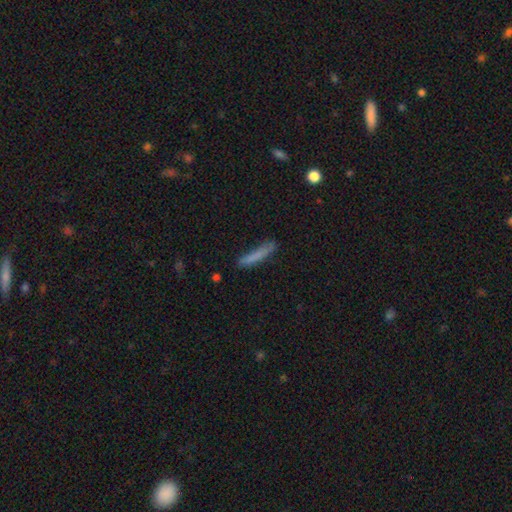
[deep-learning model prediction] A smooth galaxy with no disk features (77%) that is cigar-shaped (92%).

Vote fractions:
- Smooth or featured? smooth: 77% / featured or disk: 16% / star or artifact: 7%
- How rounded? cigar-shaped: 92% / in between: 6% / round: 1%
- Merging? none: 73% / minor disturbance: 20% / major disturbance: 5% / merger: 3%